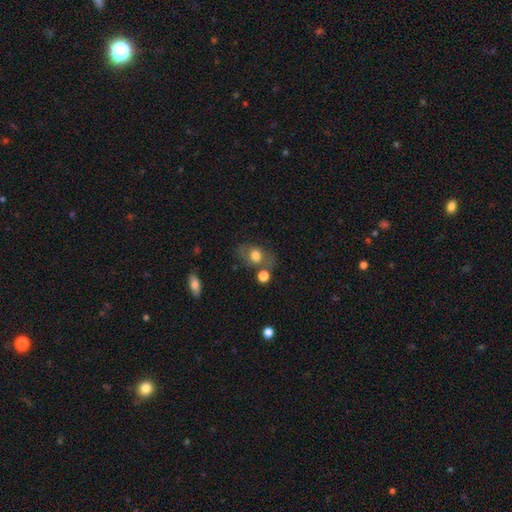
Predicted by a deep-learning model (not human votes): Smooth or featured? smooth (67%)
How rounded? in between (58%)
Merging? none (60%)